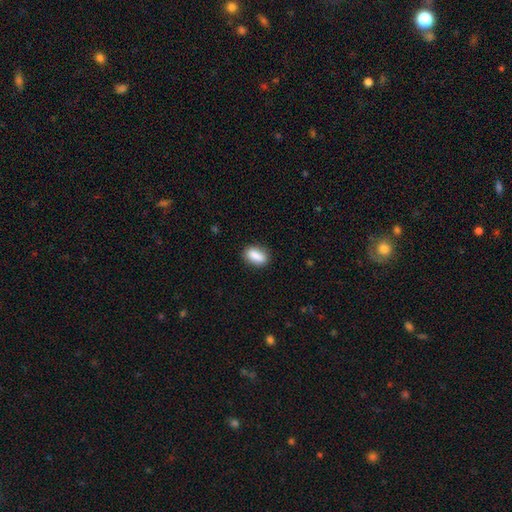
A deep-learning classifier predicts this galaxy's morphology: smooth_or_featured: smooth (p=0.87) [alt: star or artifact p=0.07]
how_rounded: in between (p=0.84) [alt: round p=0.08]
merging: none (p=0.84) [alt: minor disturbance p=0.11]